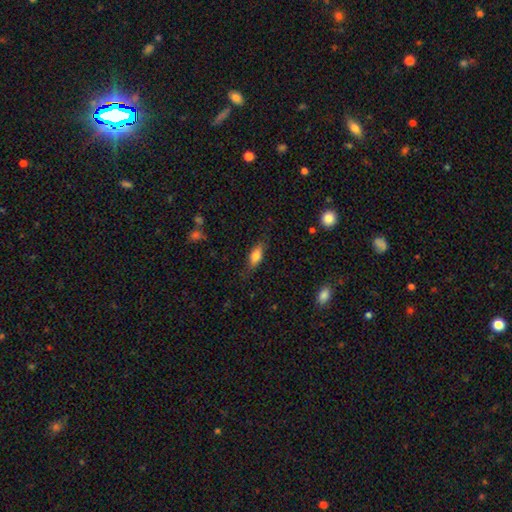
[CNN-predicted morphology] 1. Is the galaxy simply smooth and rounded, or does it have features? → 76% smooth, 16% featured or disk, 7% star or artifact.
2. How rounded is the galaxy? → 77% in between, 19% cigar-shaped, 4% round.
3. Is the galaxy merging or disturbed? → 78% none, 16% minor disturbance, 4% major disturbance, 1% merger.